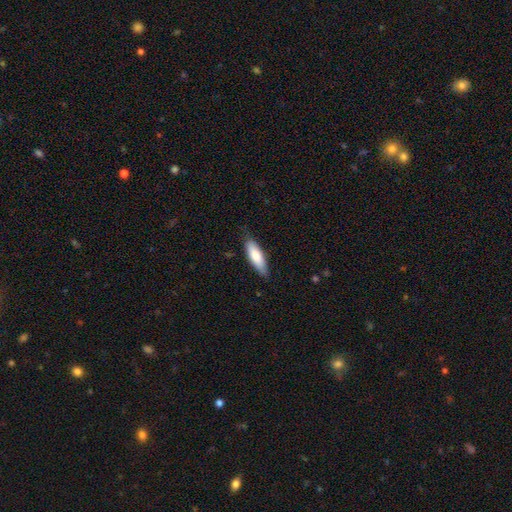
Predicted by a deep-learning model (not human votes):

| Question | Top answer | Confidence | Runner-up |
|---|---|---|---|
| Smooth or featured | smooth | 78% | featured or disk (17%) |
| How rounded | in between | 53% | cigar-shaped (45%) |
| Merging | none | 81% | minor disturbance (16%) |